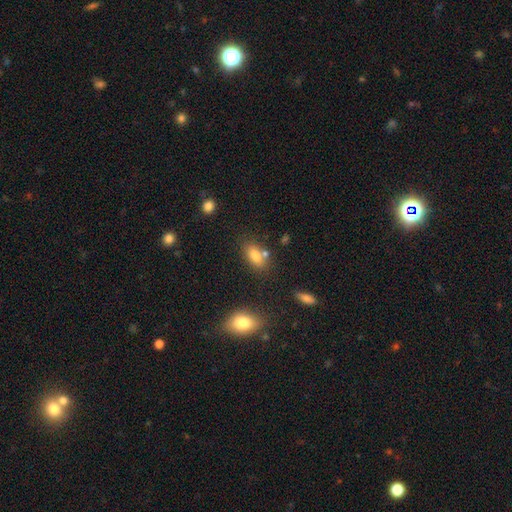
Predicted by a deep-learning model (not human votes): The model was most divided on "merging": none: 63%, merger: 19%, minor disturbance: 14%, major disturbance: 4%. More confident: how rounded — in between (85%); smooth or featured — smooth (78%).